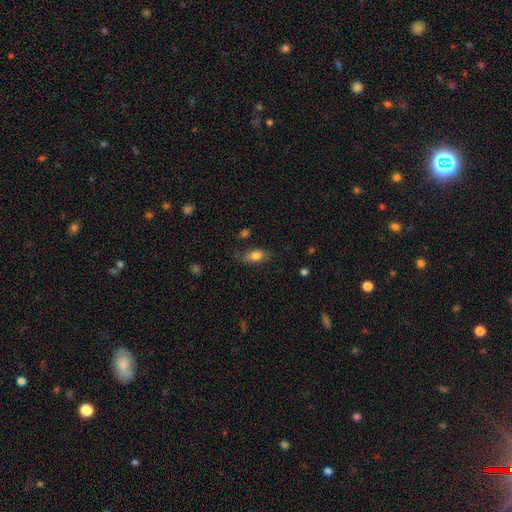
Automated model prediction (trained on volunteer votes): Q: Smooth or featured?
A: smooth (79%); runner-up: featured or disk (12%)
Q: How rounded?
A: in between (85%); runner-up: cigar-shaped (8%)
Q: Merging?
A: none (72%); runner-up: minor disturbance (20%)